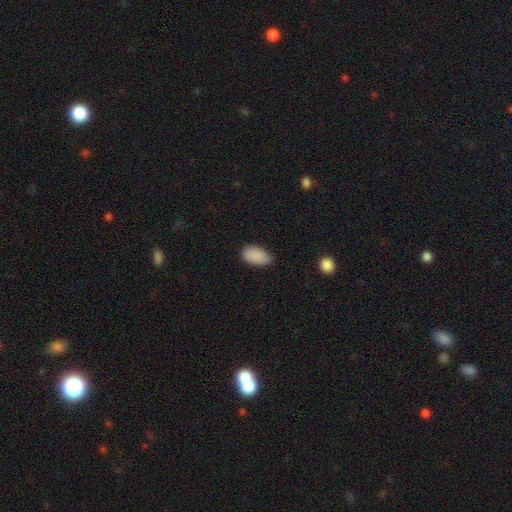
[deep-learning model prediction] This is clearly a smooth galaxy (89%). How rounded: clearly in between (94%). Merging: likely none (72%).